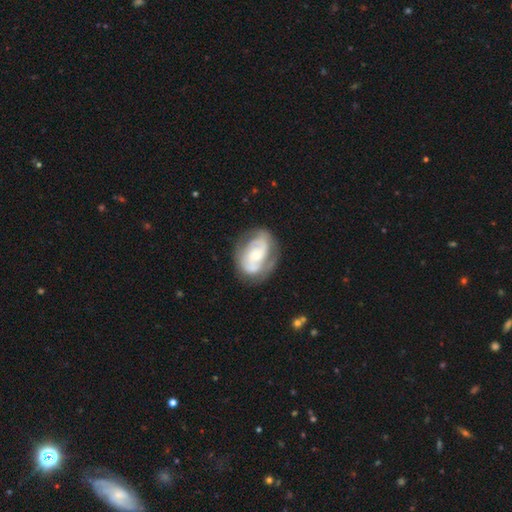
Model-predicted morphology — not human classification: A featured or disk galaxy (71%) with no bar (67%), 2 (58%) tight (45%) spiral arms (76%) and a small central bulge (58%). Merging: none (62%).